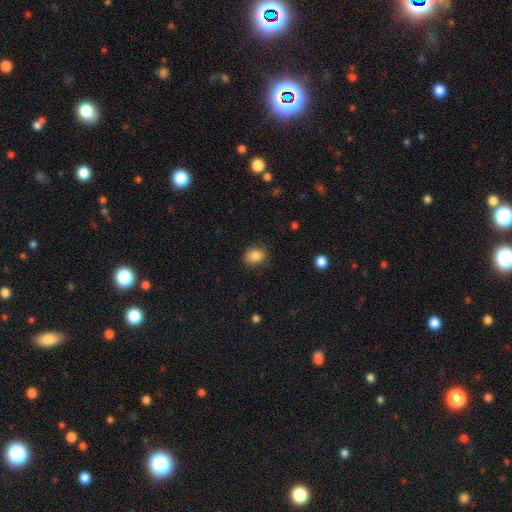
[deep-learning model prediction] Smooth or featured: smooth — 86% (star or artifact — 9%)
How rounded: in between — 57% (round — 42%)
Merging: none — 84% (minor disturbance — 12%)